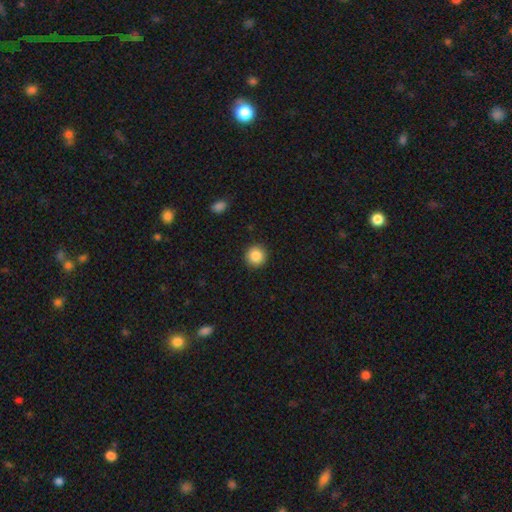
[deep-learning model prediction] The model was most divided on "smooth or featured": smooth: 86%, star or artifact: 9%, featured or disk: 5%. More confident: how rounded — round (95%); merging — none (92%).